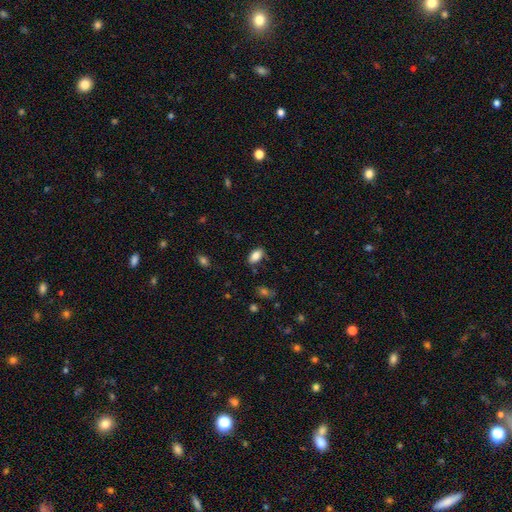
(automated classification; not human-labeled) Morphology: type=smooth (85%); roundness=in between (92%); merging=none (83%).